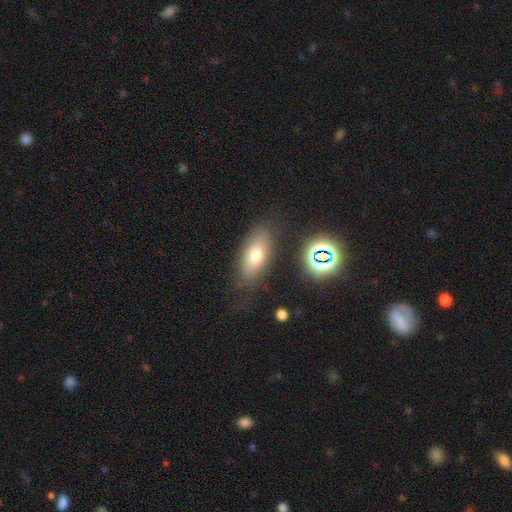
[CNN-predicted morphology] Smooth or featured? Predicted: smooth (p=0.69). How rounded? Predicted: in between (p=0.81). Merging? Predicted: none (p=0.78).